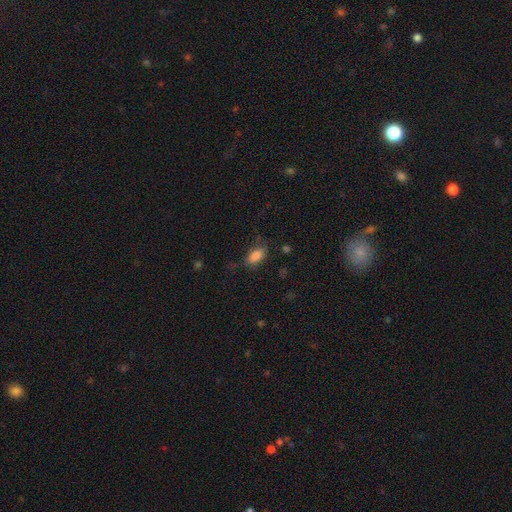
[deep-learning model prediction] Morphology: type=smooth (83%); roundness=in between (87%); merging=none (73%).